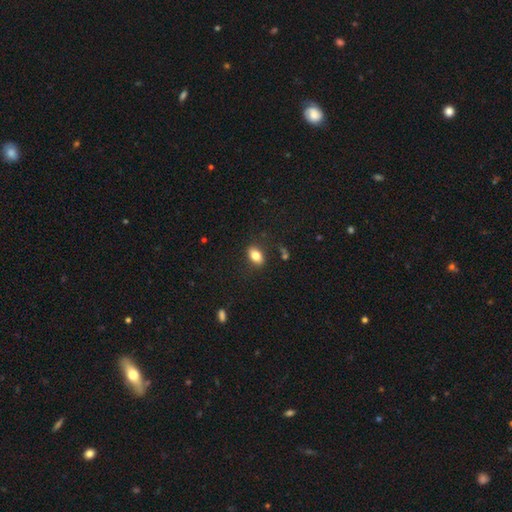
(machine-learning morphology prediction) This is clearly a smooth galaxy (82%). How rounded: clearly in between (86%). Merging: clearly none (84%).